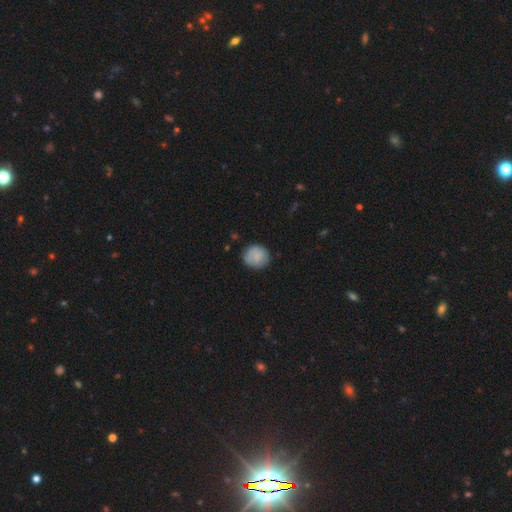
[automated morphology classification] smooth-or-featured: smooth: 83% | featured or disk: 10% | star or artifact: 7%
  how-rounded: round: 84% | in between: 15% | cigar-shaped: 1%
  merging: none: 83% | minor disturbance: 13% | major disturbance: 3% | merger: 1%